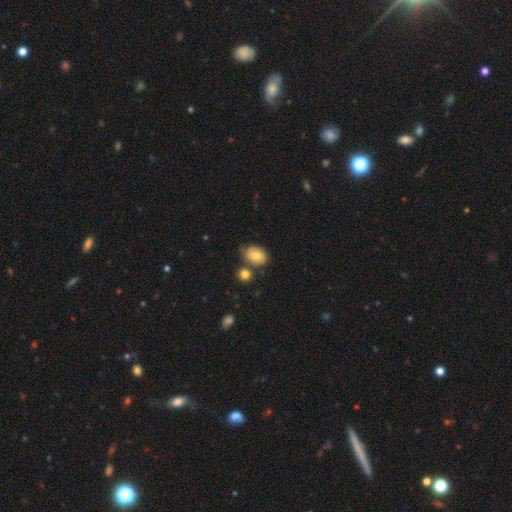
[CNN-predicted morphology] Smooth or featured? smooth (75%)
How rounded? in between (79%)
Merging? none (63%)